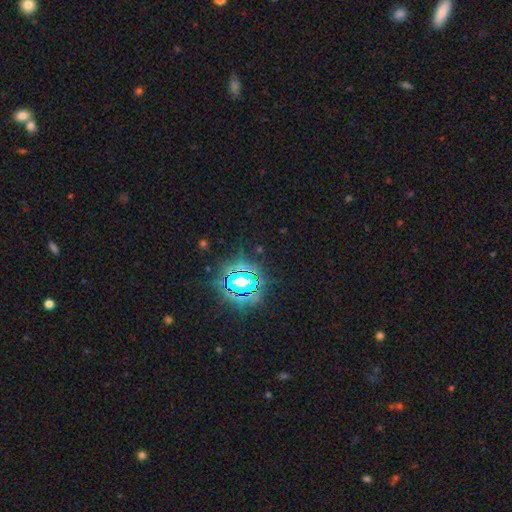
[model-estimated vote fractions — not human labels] The model was most divided on "smooth or featured": star or artifact: 81%, smooth: 12%, featured or disk: 7%.